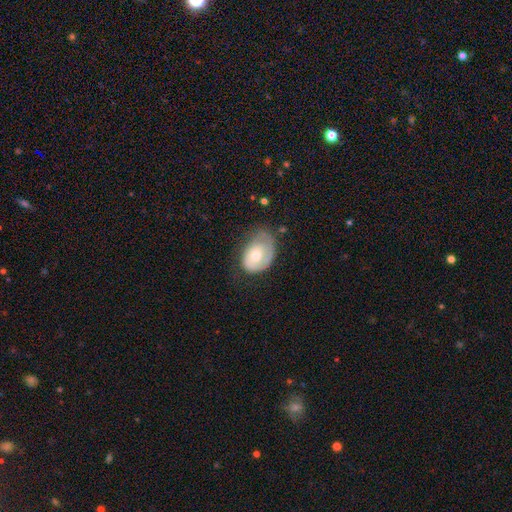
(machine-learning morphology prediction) A smooth galaxy with no disk features (53%) that is in between round and cigar-shaped (80%). Merging: none (39%).